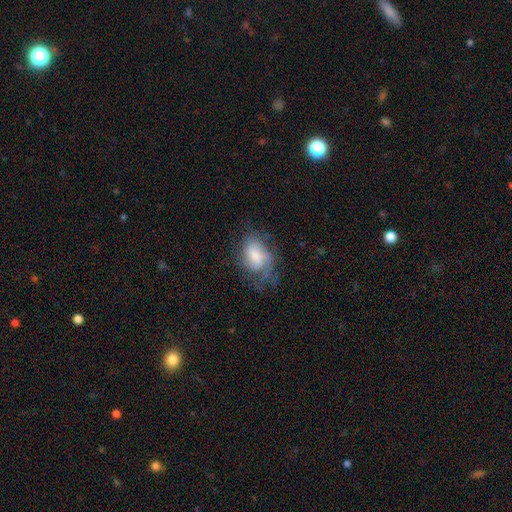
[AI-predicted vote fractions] This appears to be a smooth galaxy with no disk features (52%) that is in between round and cigar-shaped (86%). Merging: none (41%).